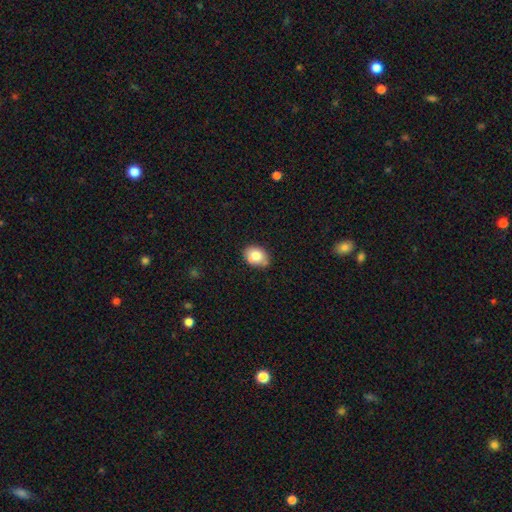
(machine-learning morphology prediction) Smooth or featured? smooth (81%)
How rounded? in between (71%)
Merging? none (75%)